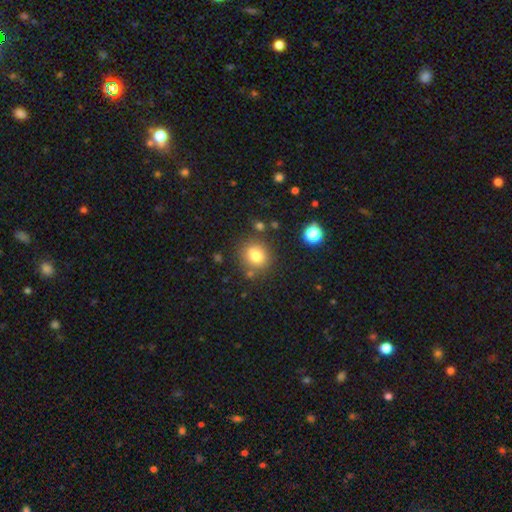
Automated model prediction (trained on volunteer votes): Smooth or featured? Predicted: smooth (p=0.77). How rounded? Predicted: round (p=0.79). Merging? Predicted: none (p=0.77).